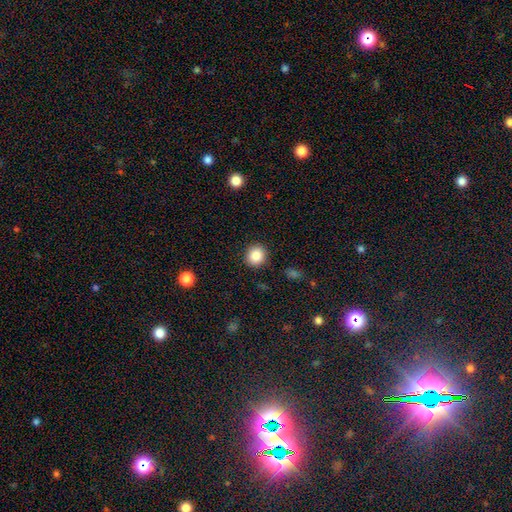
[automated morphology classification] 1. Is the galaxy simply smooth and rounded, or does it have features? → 87% smooth, 9% star or artifact, 4% featured or disk.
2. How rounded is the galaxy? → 88% round, 11% in between, 1% cigar-shaped.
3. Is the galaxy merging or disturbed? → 91% none, 6% minor disturbance, 2% major disturbance, 1% merger.